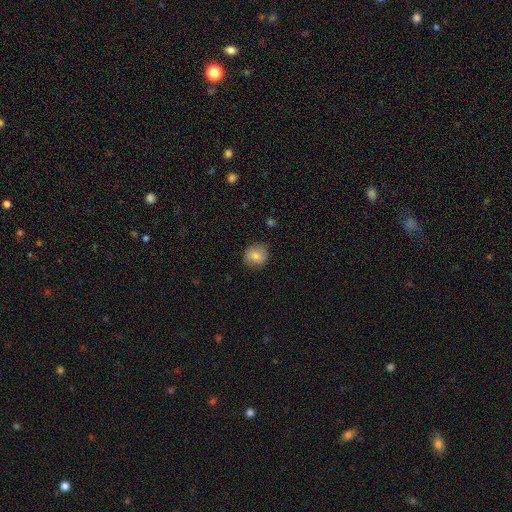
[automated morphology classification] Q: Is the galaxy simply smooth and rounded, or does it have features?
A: smooth — 79%.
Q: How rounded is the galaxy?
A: round — 83%.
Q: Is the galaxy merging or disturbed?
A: none — 82%.